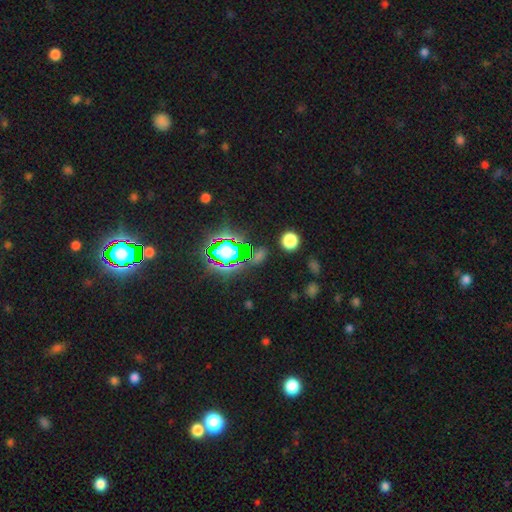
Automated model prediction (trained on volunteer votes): Q: Smooth or featured?
A: star or artifact (69%); runner-up: smooth (21%)